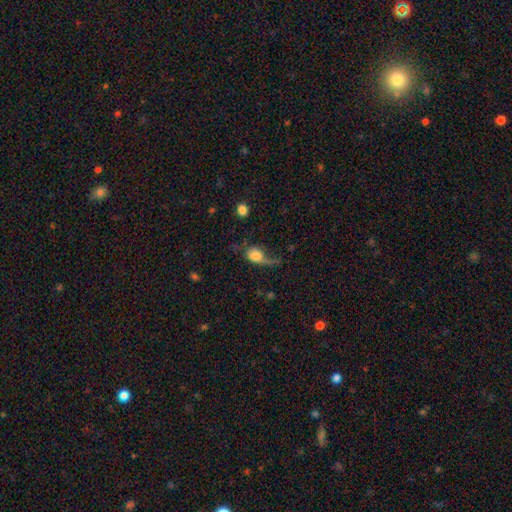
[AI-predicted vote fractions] Smooth or featured? Predicted: smooth (p=0.60). How rounded? Predicted: in between (p=0.59). Merging? Predicted: major disturbance (p=0.46).